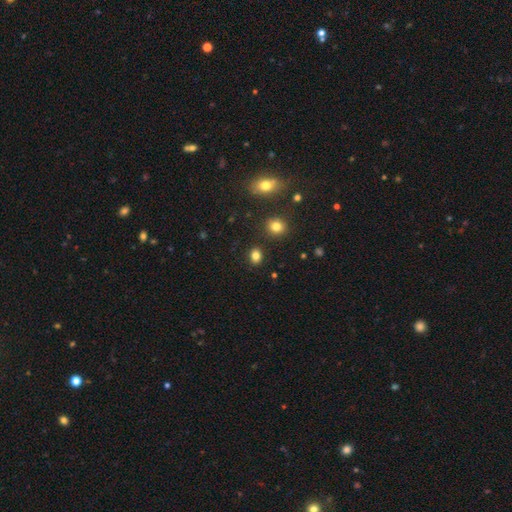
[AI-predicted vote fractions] smooth_or_featured: smooth (p=0.82) [alt: star or artifact p=0.13]
how_rounded: in between (p=0.50) [alt: round p=0.49]
merging: none (p=0.86) [alt: minor disturbance p=0.08]